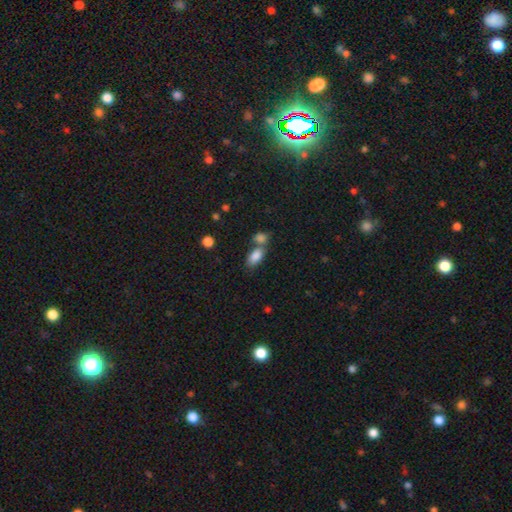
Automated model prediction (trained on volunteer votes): Q: Smooth or featured?
A: smooth (85%); runner-up: star or artifact (8%)
Q: How rounded?
A: in between (91%); runner-up: round (5%)
Q: Merging?
A: merger (46%); runner-up: none (40%)